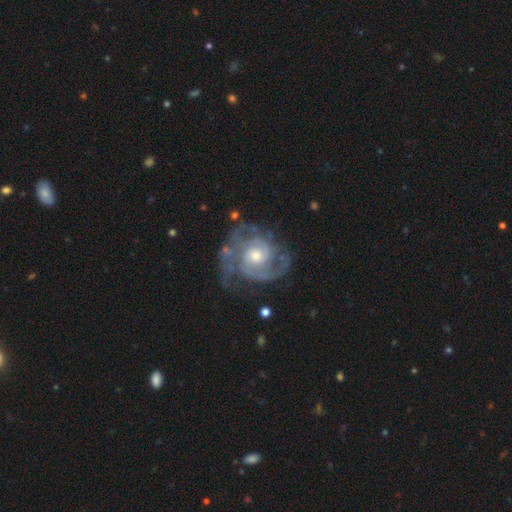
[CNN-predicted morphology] The model was most divided on "spiral winding": tight: 54%, medium: 37%, loose: 9%. More confident: edge-on disk — no (98%); spiral arms — yes (96%); smooth or featured — featured or disk (89%); bar — no (73%); merging — none (65%); bulge size — moderate (59%); spiral arm count — 2 (59%).